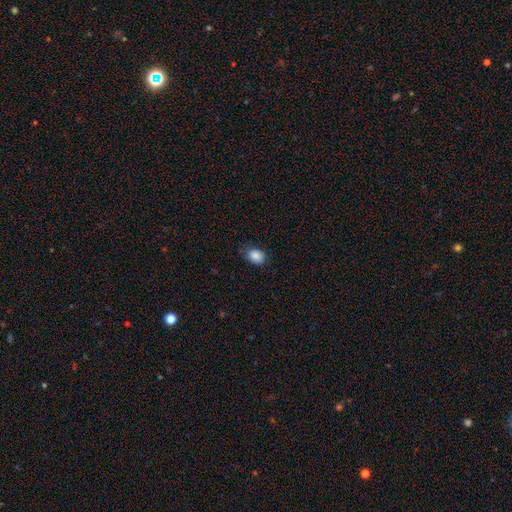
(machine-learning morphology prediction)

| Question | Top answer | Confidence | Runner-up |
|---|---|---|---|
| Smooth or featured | smooth | 87% | star or artifact (8%) |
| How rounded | in between | 68% | round (31%) |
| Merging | none | 71% | minor disturbance (24%) |